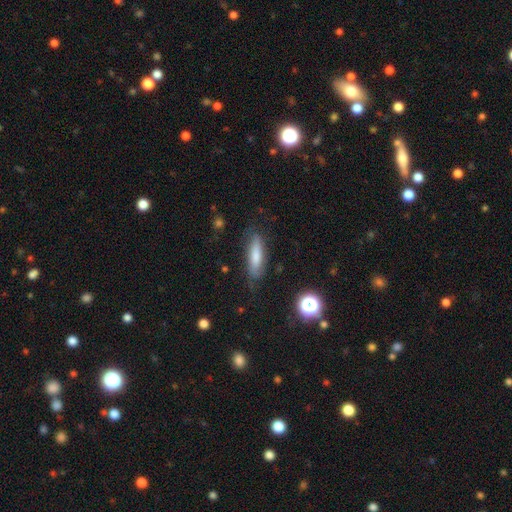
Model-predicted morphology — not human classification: A smooth galaxy with no disk features (65%) that is cigar-shaped (65%).

Vote fractions:
- Smooth or featured? smooth: 65% / featured or disk: 26% / star or artifact: 10%
- How rounded? cigar-shaped: 65% / in between: 33% / round: 3%
- Merging? none: 76% / minor disturbance: 17% / major disturbance: 5% / merger: 2%